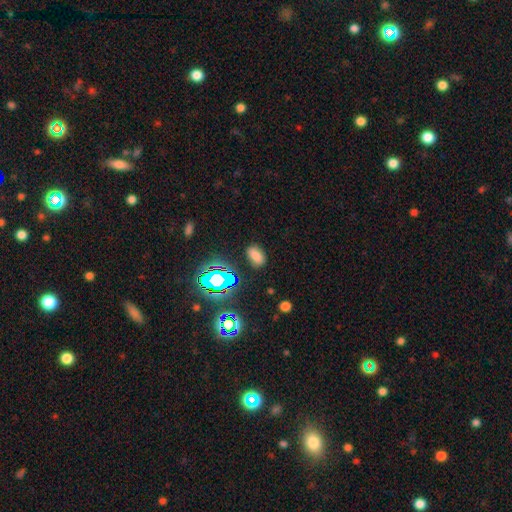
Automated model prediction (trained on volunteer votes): Smooth or featured?
  - smooth: 71% *
  - star or artifact: 22%
  - featured or disk: 7%
How rounded?
  - in between: 89% *
  - round: 8%
  - cigar-shaped: 3%
Merging?
  - none: 83% *
  - minor disturbance: 11%
  - major disturbance: 3%
  - merger: 2%